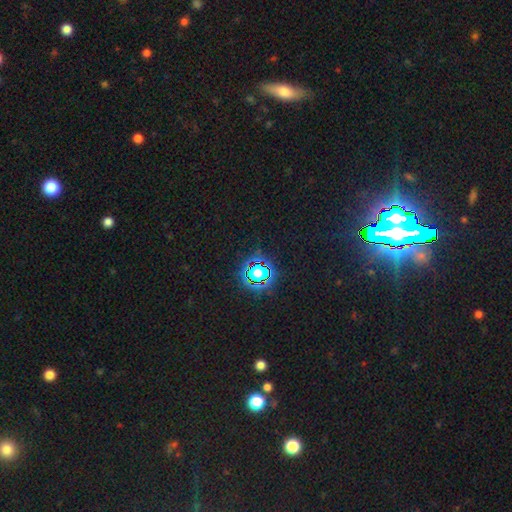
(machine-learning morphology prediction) The model was most divided on "smooth or featured": star or artifact: 80%, smooth: 11%, featured or disk: 9%.